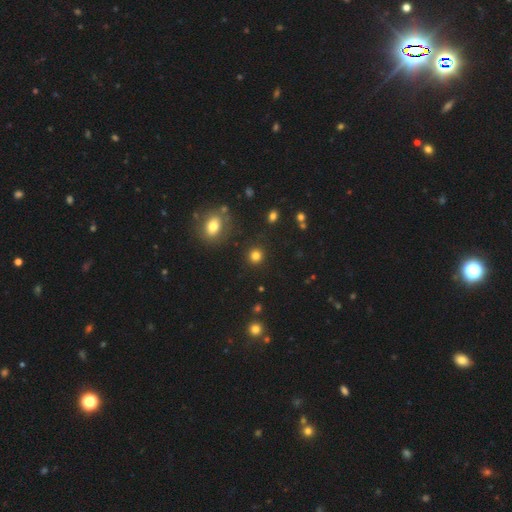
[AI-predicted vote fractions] Smooth or featured? Predicted: smooth (p=0.82). How rounded? Predicted: round (p=0.91). Merging? Predicted: none (p=0.90).